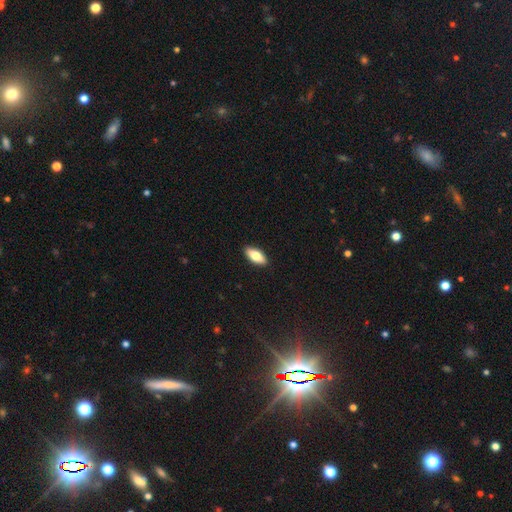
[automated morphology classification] The model was most divided on "smooth or featured": smooth: 74%, featured or disk: 20%, star or artifact: 6%. More confident: merging — none (90%); how rounded — in between (83%).